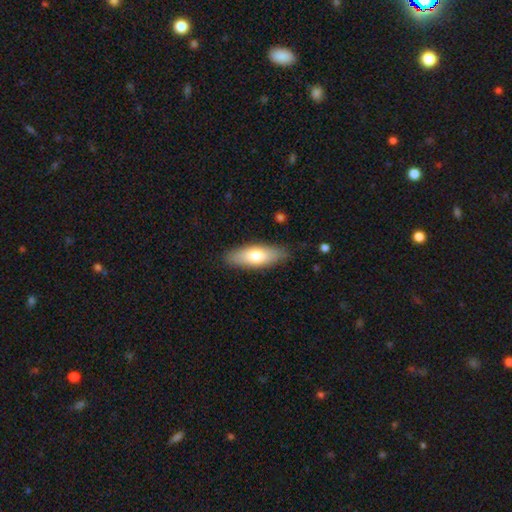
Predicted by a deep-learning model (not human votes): A smooth galaxy with no disk features (71%) that is in between round and cigar-shaped (65%). Merging: none (85%).